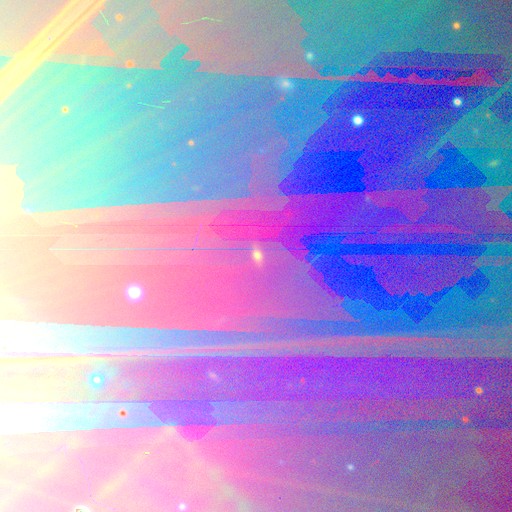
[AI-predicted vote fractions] Smooth or featured?
  - star or artifact: 89% *
  - featured or disk: 6%
  - smooth: 5%